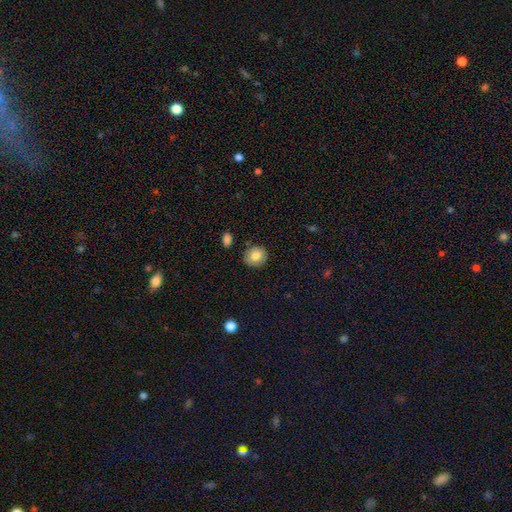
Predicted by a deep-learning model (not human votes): Smooth or featured? smooth (82%)
How rounded? round (80%)
Merging? none (87%)